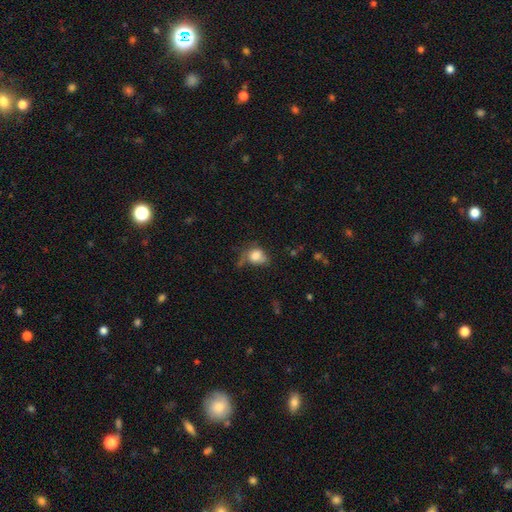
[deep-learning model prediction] smooth-or-featured: smooth: 76% | featured or disk: 13% | star or artifact: 11%
  how-rounded: in between: 50% | round: 48% | cigar-shaped: 1%
  merging: none: 33% | minor disturbance: 32% | major disturbance: 26% | merger: 9%